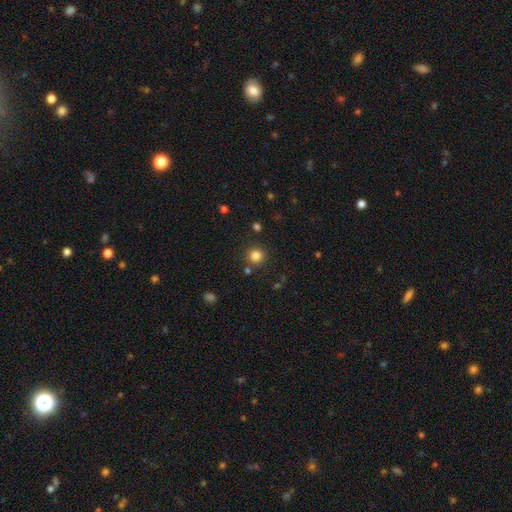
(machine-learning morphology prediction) The model was most divided on "smooth or featured": smooth: 82%, star or artifact: 13%, featured or disk: 5%. More confident: how rounded — round (94%); merging — none (87%).